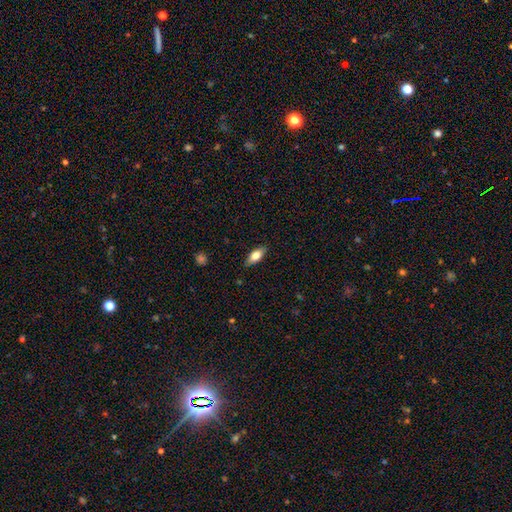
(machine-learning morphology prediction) Smooth or featured?
  - smooth: 73% *
  - featured or disk: 20%
  - star or artifact: 7%
How rounded?
  - in between: 81% *
  - cigar-shaped: 16%
  - round: 3%
Merging?
  - none: 85% *
  - minor disturbance: 11%
  - major disturbance: 2%
  - merger: 1%